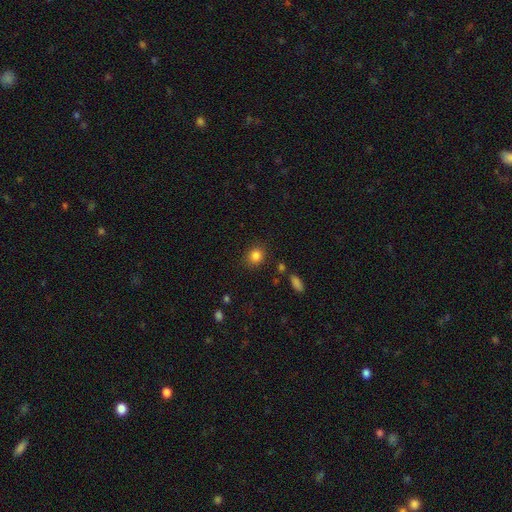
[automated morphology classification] Q: Smooth or featured?
A: smooth (84%); runner-up: star or artifact (11%)
Q: How rounded?
A: round (77%); runner-up: in between (21%)
Q: Merging?
A: none (84%); runner-up: minor disturbance (10%)